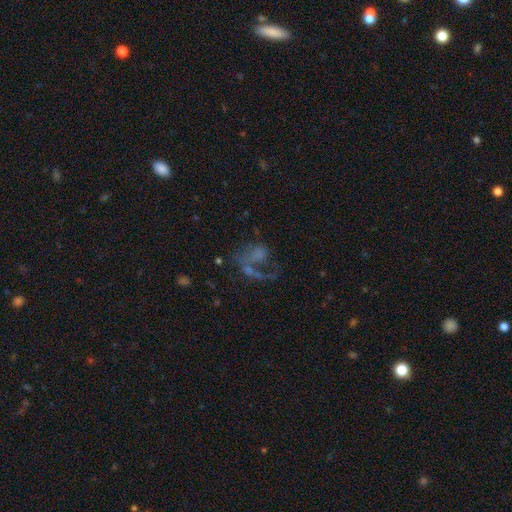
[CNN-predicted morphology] The model was most divided on "smooth or featured": featured or disk: 43%, smooth: 36%, star or artifact: 21%. Remaining: merging — major disturbance (41%).